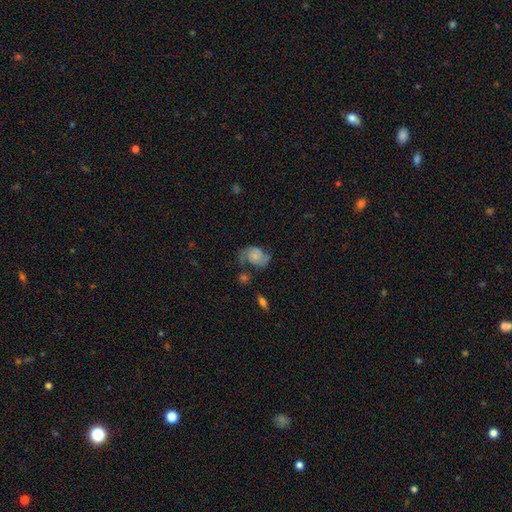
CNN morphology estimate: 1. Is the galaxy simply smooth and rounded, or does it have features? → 64% featured or disk, 27% smooth, 8% star or artifact.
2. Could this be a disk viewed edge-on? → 97% no, 3% yes.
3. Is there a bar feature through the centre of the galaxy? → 72% no, 24% weak, 4% strong.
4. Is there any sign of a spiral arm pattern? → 89% yes, 11% no.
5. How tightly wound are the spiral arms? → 45% medium, 30% loose, 25% tight.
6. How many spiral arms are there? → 82% 2, 8% can't tell, 6% 1, 2% 3, 1% 4, 1% more than 4.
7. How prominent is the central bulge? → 50% small, 26% moderate, 17% none, 5% large, 2% dominant.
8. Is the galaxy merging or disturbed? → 47% none, 27% minor disturbance, 18% major disturbance, 7% merger.